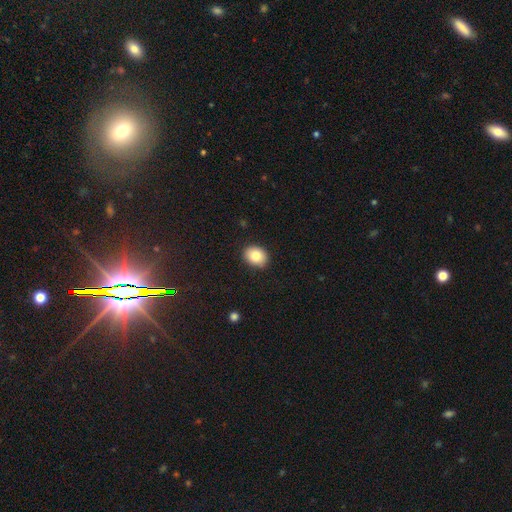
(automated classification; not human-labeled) A smooth galaxy with no disk features (82%) that is in between round and cigar-shaped (55%).

Vote fractions:
- Smooth or featured? smooth: 82% / featured or disk: 9% / star or artifact: 9%
- How rounded? in between: 55% / round: 44% / cigar-shaped: 1%
- Merging? none: 89% / minor disturbance: 8% / major disturbance: 2% / merger: 1%